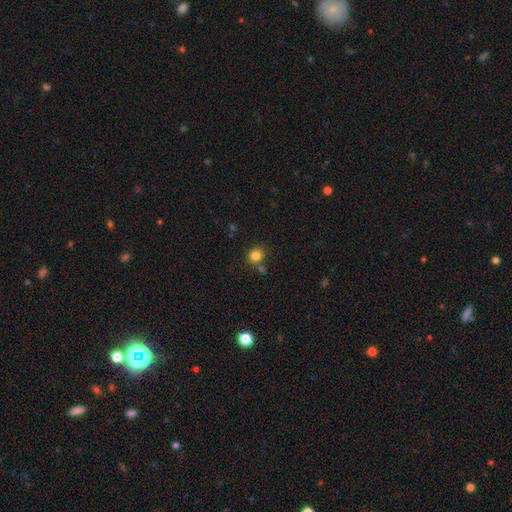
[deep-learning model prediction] smooth 82%, star or artifact 12%, featured or disk 6%. Down the decision tree: how rounded — round (82%); merging — none (75%).